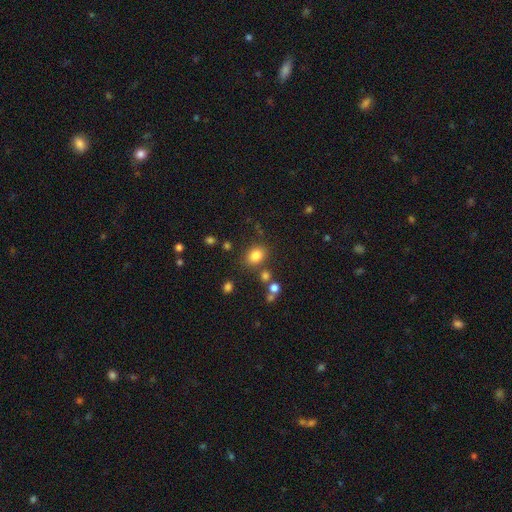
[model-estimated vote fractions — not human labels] Morphology: type=smooth (81%); roundness=in between (52%); merging=none (77%).